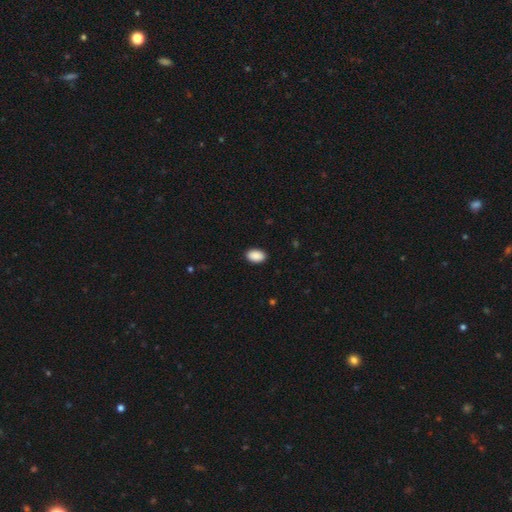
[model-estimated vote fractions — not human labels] The model was most divided on "merging": none: 90%, minor disturbance: 8%, major disturbance: 2%, merger: 1%. More confident: how rounded — in between (92%); smooth or featured — smooth (91%).